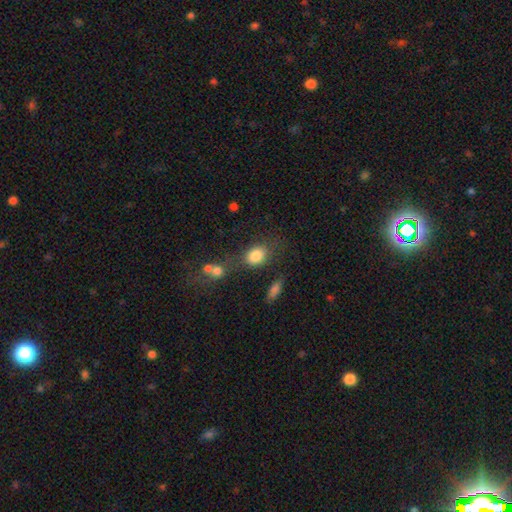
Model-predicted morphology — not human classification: smooth_or_featured: smooth (p=0.83) [alt: star or artifact p=0.10]
how_rounded: in between (p=0.64) [alt: round p=0.34]
merging: none (p=0.59) [alt: minor disturbance p=0.18]